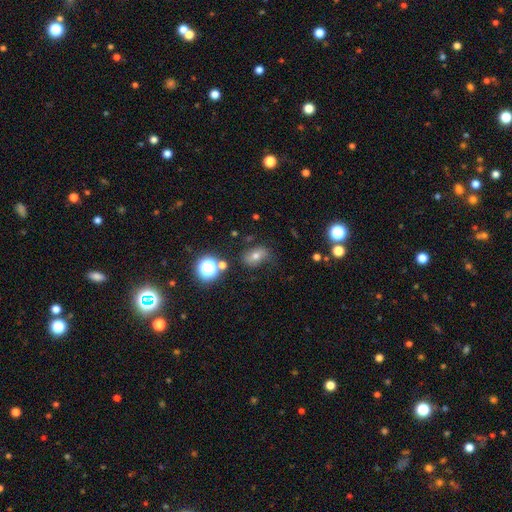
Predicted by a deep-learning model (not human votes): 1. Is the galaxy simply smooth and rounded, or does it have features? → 57% smooth, 22% featured or disk, 21% star or artifact.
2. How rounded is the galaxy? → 71% in between, 27% round, 2% cigar-shaped.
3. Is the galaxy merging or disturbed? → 67% none, 21% minor disturbance, 8% major disturbance, 4% merger.